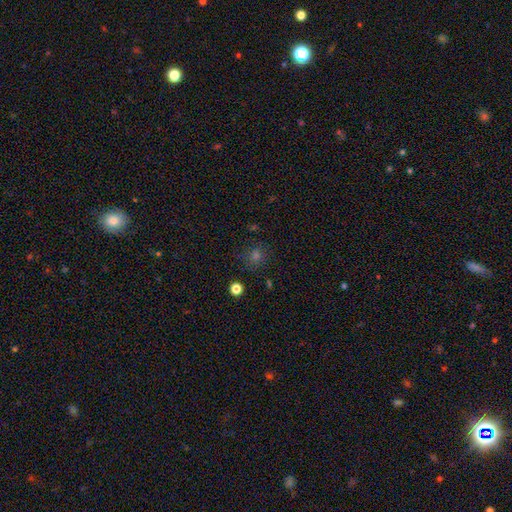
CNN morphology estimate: Smooth or featured? Predicted: smooth (p=0.59). How rounded? Predicted: round (p=0.86). Merging? Predicted: none (p=0.83).